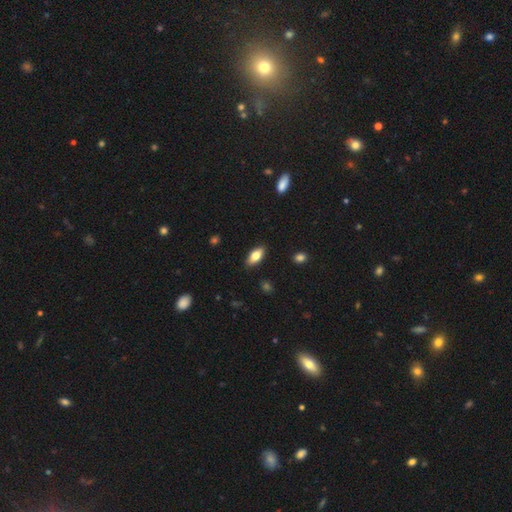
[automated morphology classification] Overall: smooth (74%). How rounded: in between (83%). Merging: none (88%).